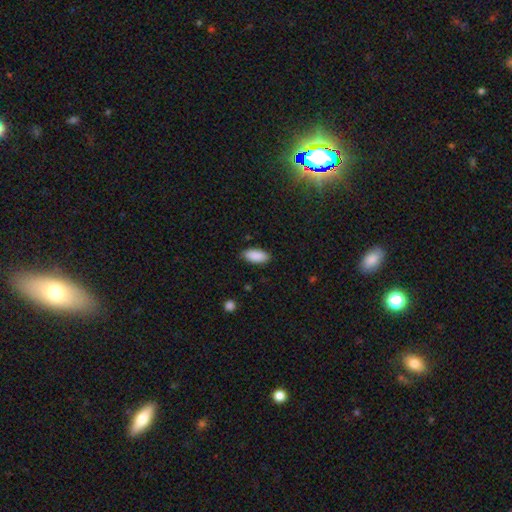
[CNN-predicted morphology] A smooth galaxy with no disk features (90%) that is in between round and cigar-shaped (90%). Merging: none (86%).